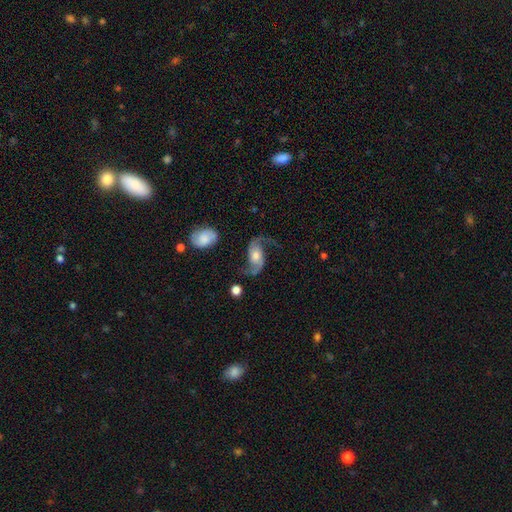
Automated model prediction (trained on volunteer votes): Smooth or featured: featured or disk — 87% (smooth — 7%)
Edge-on disk: no — 97% (yes — 3%)
Bar: no — 57% (weak — 31%)
Spiral arms: yes — 97% (no — 3%)
Spiral winding: loose — 71% (medium — 24%)
Spiral arm count: 2 — 93% (1 — 2%)
Bulge size: moderate — 53% (small — 24%)
Merging: none — 69% (minor disturbance — 16%)